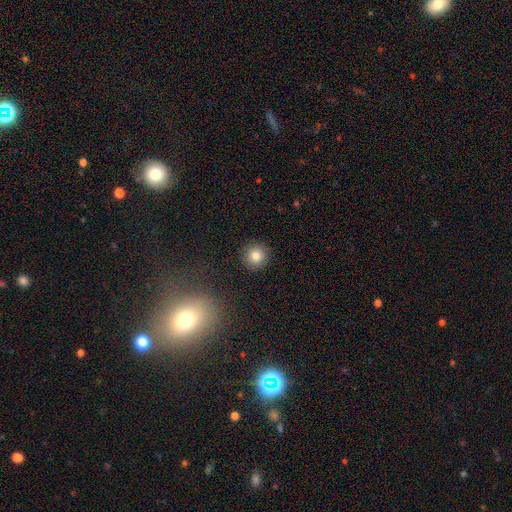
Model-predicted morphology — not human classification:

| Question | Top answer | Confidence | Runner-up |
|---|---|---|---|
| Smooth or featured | smooth | 82% | star or artifact (11%) |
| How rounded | round | 95% | in between (4%) |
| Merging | none | 91% | minor disturbance (5%) |